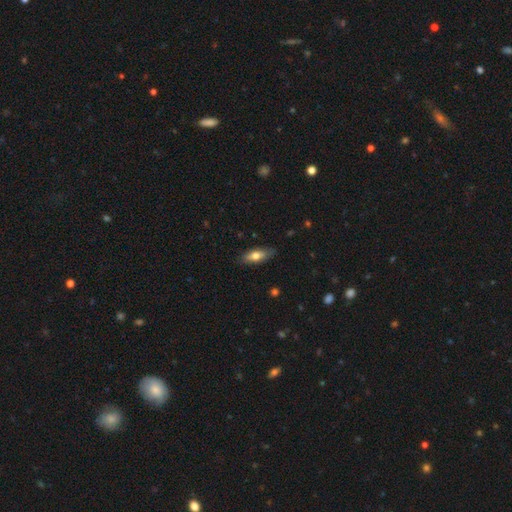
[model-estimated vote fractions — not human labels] smooth-or-featured: smooth: 67% | featured or disk: 27% | star or artifact: 6%
  how-rounded: in between: 63% | cigar-shaped: 34% | round: 3%
  merging: none: 83% | minor disturbance: 14% | major disturbance: 2% | merger: 1%